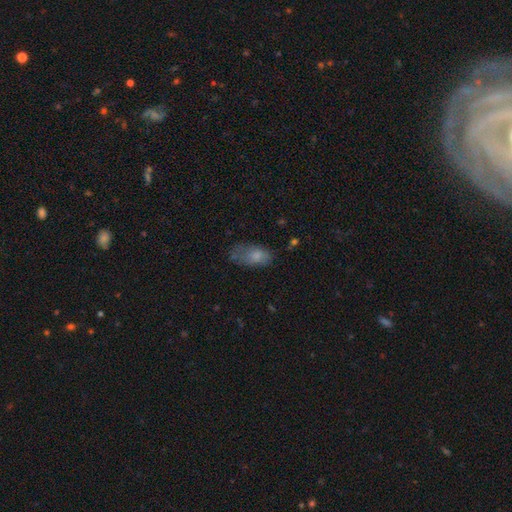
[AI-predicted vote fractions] Morphology: type=smooth (72%); roundness=in between (90%); merging=none (46%).